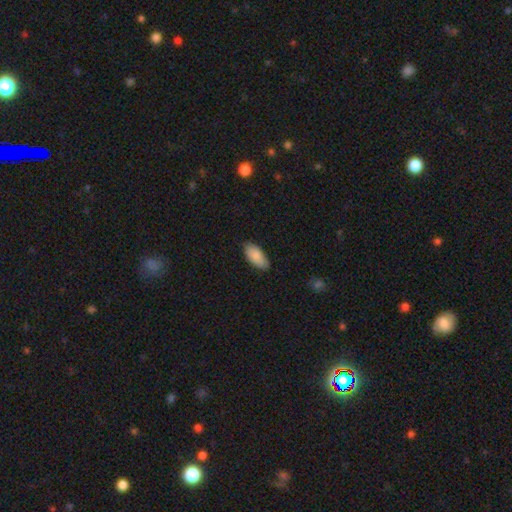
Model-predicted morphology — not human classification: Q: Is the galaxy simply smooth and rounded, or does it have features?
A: smooth — 88%.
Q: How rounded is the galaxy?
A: in between — 91%.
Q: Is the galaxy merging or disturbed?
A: none — 83%.